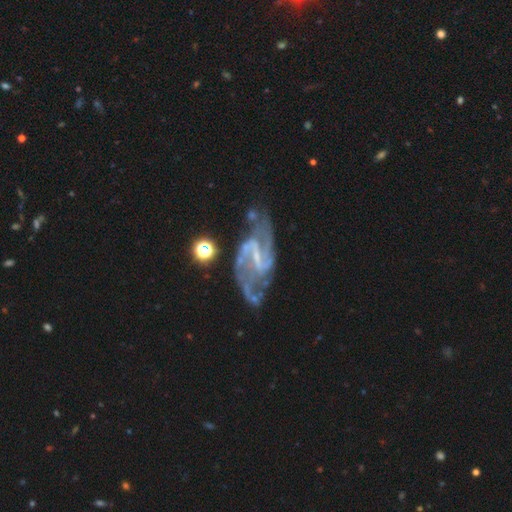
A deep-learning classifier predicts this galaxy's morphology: smooth-or-featured: featured or disk: 91% | star or artifact: 6% | smooth: 3%
  disk-edge-on: no: 97% | yes: 3%
    bar: strong: 49% | weak: 40% | no: 11%
    has-spiral-arms: yes: 97% | no: 3%
      spiral-winding: medium: 52% | loose: 32% | tight: 16%
      spiral-arm-count: 2: 87% | can't tell: 4% | 3: 4% | 1: 2% | 4: 2% | more than 4: 2%
    bulge-size: small: 57% | none: 31% | moderate: 10% | large: 1% | dominant: 1%
  merging: none: 60% | minor disturbance: 20% | major disturbance: 14% | merger: 6%